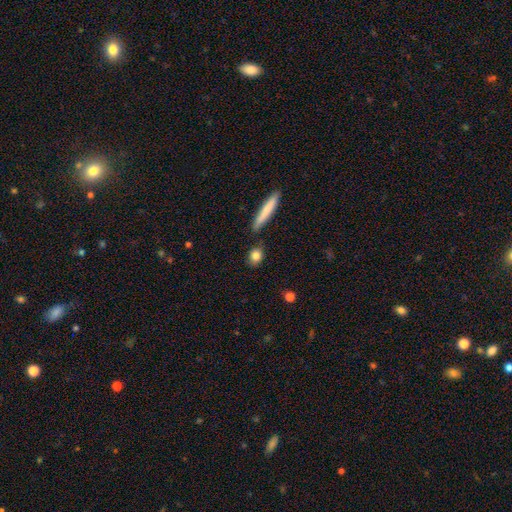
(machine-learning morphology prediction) Overall: smooth (82%). How rounded: in between (45%; round 44%). Merging: none (81%).